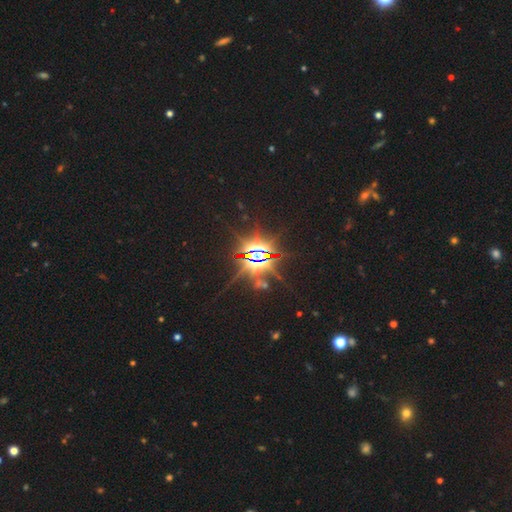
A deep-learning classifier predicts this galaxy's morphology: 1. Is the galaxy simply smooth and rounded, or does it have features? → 87% star or artifact, 7% featured or disk, 6% smooth.